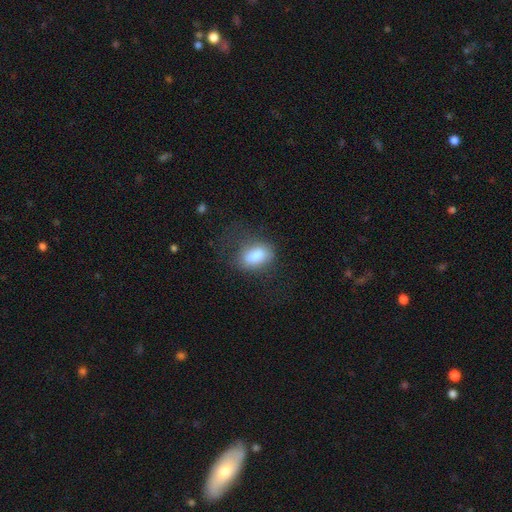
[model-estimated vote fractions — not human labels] smooth 82%, featured or disk 10%, star or artifact 8%. Down the decision tree: how rounded — in between (87%); merging — none (58%).